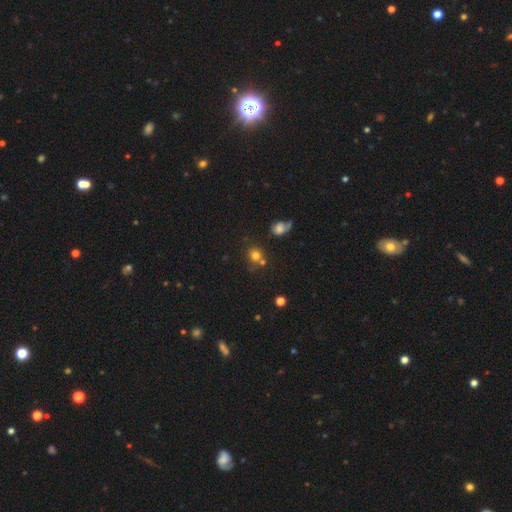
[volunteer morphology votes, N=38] type=smooth (87%); roundness=round (82%); merging=none (56%).